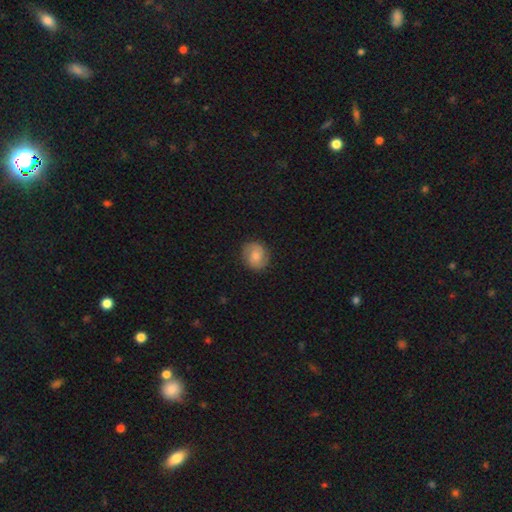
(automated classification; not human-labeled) Smooth or featured? Predicted: smooth (p=0.66). How rounded? Predicted: round (p=0.76). Merging? Predicted: none (p=0.83).